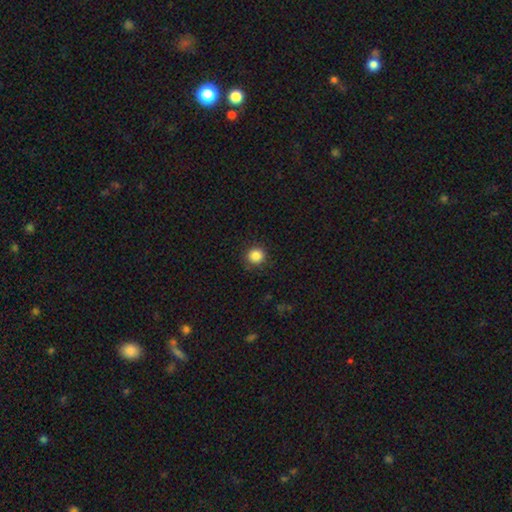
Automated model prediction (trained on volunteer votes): smooth 86%, star or artifact 11%, featured or disk 4%. Down the decision tree: how rounded — round (93%); merging — none (89%).